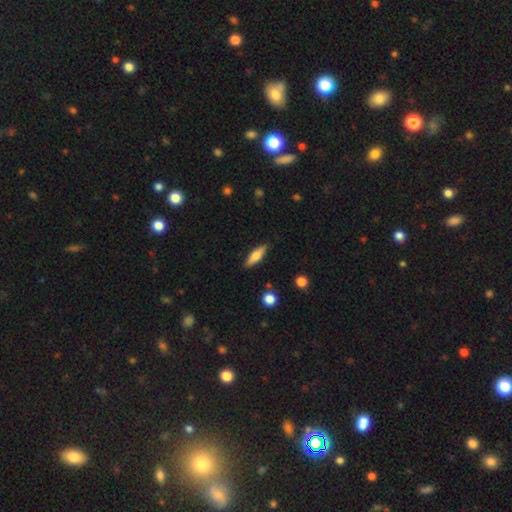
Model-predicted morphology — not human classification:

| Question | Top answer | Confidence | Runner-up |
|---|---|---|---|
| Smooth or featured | smooth | 58% | featured or disk (36%) |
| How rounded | cigar-shaped | 57% | in between (40%) |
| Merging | none | 86% | minor disturbance (10%) |